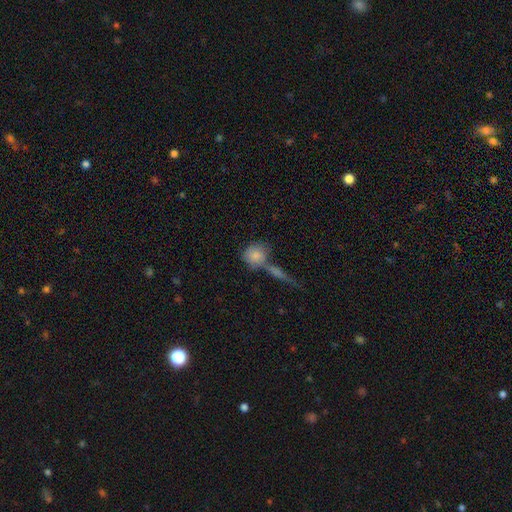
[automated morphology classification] Smooth or featured? smooth (80%)
How rounded? round (79%)
Merging? none (50%)